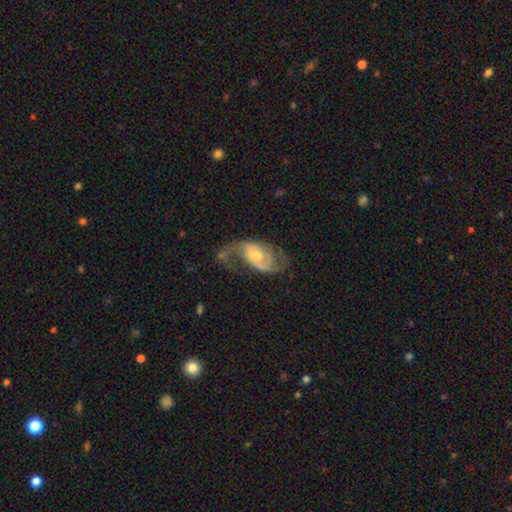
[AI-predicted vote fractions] This is likely a featured or disk galaxy (80%). It is clearly not viewed edge-on (96%). Bar: possibly no (55%). Spiral arm pattern: clearly yes (90%). Spiral arm count: likely 2 (77%). Spiral winding: marginally loose (42%). Central bulge: possibly moderate (51%). Merging: possibly none (45%).